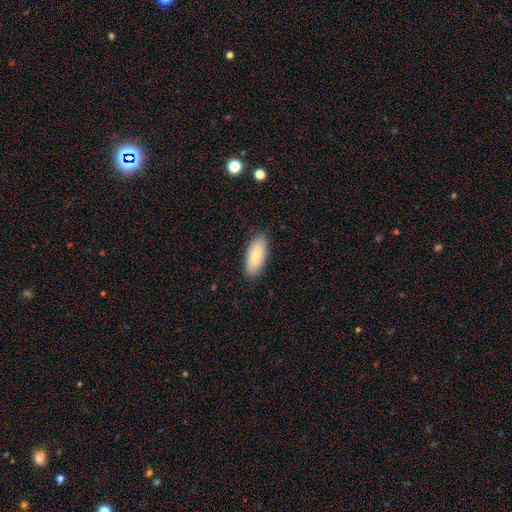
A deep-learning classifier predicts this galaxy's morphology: This appears to be a smooth galaxy with no disk features (81%) that is in between round and cigar-shaped (86%). Merging: none (86%).